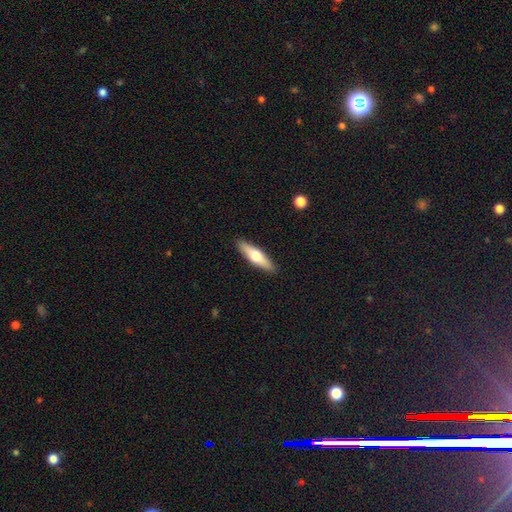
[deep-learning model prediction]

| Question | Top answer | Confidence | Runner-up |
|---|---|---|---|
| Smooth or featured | smooth | 54% | featured or disk (40%) |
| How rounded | cigar-shaped | 66% | in between (32%) |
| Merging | none | 90% | minor disturbance (7%) |